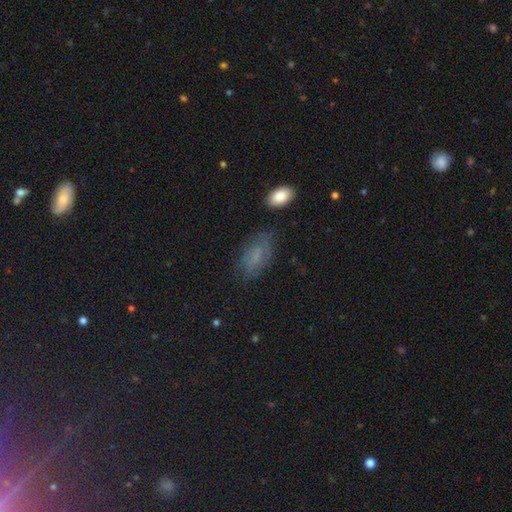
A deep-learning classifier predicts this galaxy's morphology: Smooth or featured? Predicted: smooth (p=0.59). How rounded? Predicted: in between (p=0.89). Merging? Predicted: none (p=0.67).